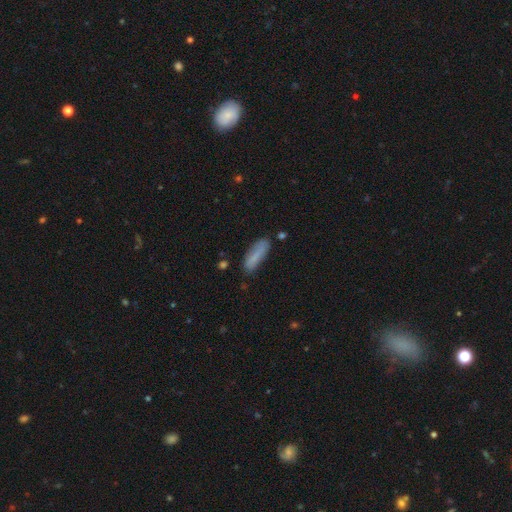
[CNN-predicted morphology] The model was most divided on "how rounded": cigar-shaped: 58%, in between: 41%, round: 2%. More confident: smooth or featured — smooth (79%); merging — none (73%).